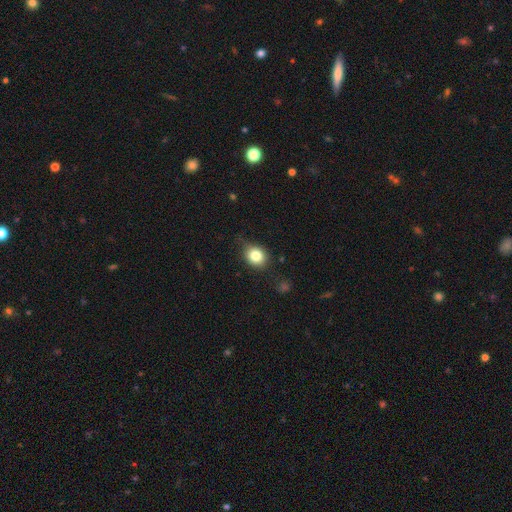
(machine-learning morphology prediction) A smooth galaxy with no disk features (81%) that is round (67%). Merging: none (72%).